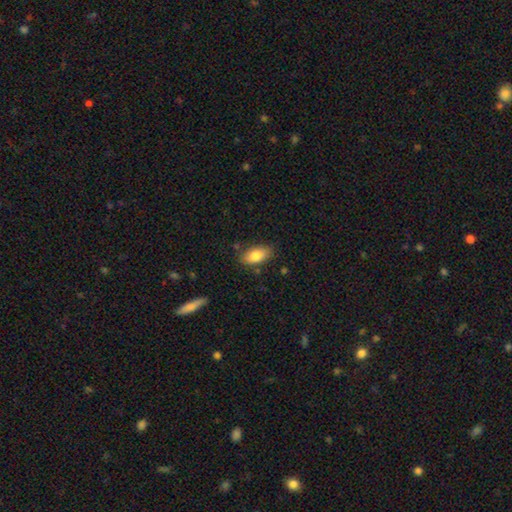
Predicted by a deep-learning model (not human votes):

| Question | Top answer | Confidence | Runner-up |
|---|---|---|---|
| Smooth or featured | smooth | 83% | featured or disk (10%) |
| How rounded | in between | 91% | cigar-shaped (5%) |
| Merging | none | 80% | minor disturbance (14%) |